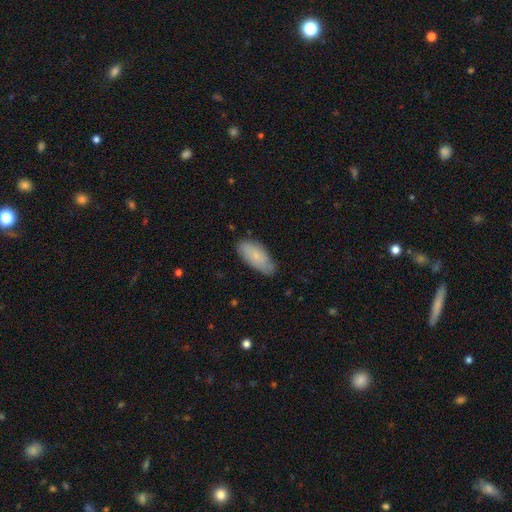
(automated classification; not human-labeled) The model was most divided on "smooth or featured": smooth: 71%, featured or disk: 23%, star or artifact: 6%. More confident: how rounded — in between (86%); merging — none (73%).